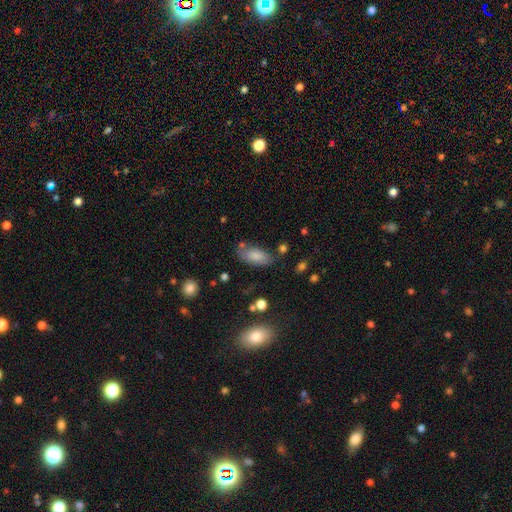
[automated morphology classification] smooth_or_featured: smooth (p=0.81) [alt: featured or disk p=0.11]
how_rounded: in between (p=0.89) [alt: cigar-shaped p=0.09]
merging: none (p=0.68) [alt: minor disturbance p=0.19]